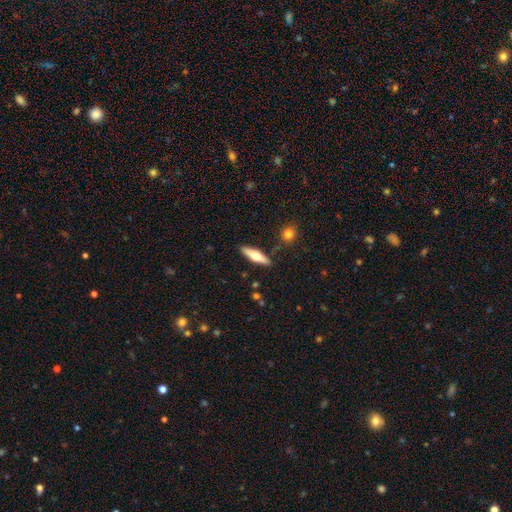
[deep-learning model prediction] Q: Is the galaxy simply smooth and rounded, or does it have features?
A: featured or disk — 52%.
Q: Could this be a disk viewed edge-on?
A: yes — 92%.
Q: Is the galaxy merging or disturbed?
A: none — 87%.